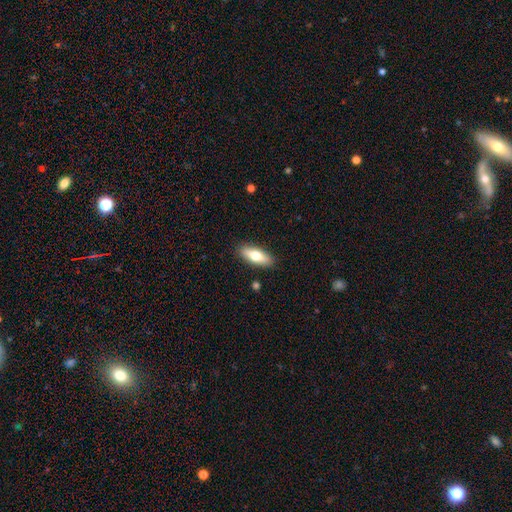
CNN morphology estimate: Smooth or featured? Predicted: smooth (p=0.68). How rounded? Predicted: in between (p=0.68). Merging? Predicted: none (p=0.88).